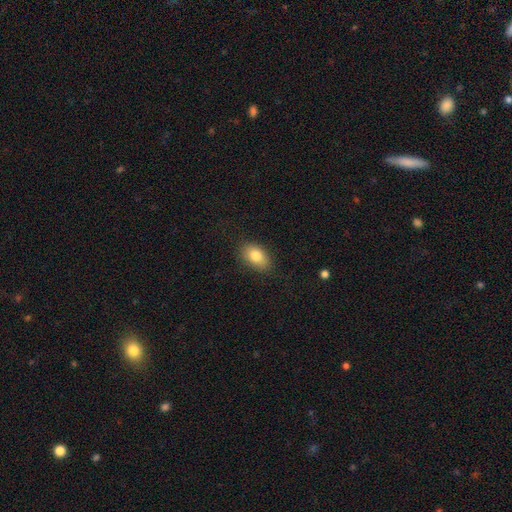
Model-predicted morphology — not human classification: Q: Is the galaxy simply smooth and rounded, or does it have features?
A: smooth — 82%.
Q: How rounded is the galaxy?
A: in between — 87%.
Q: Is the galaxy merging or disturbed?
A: none — 84%.